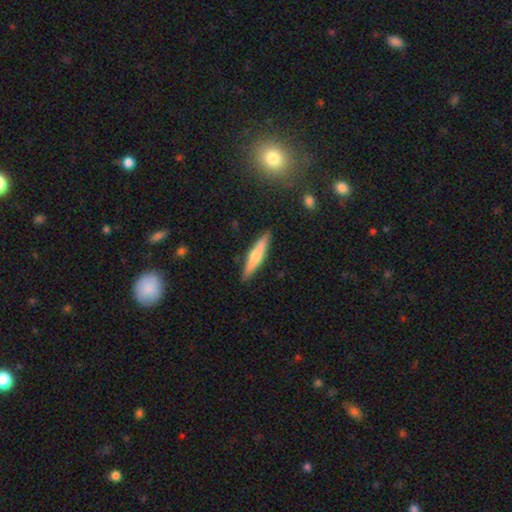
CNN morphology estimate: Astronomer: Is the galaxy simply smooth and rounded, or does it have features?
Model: smooth — 50% (runner-up: featured or disk, 43%).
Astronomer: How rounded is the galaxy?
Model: cigar-shaped — 88%.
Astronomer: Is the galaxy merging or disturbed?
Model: none — 90%.